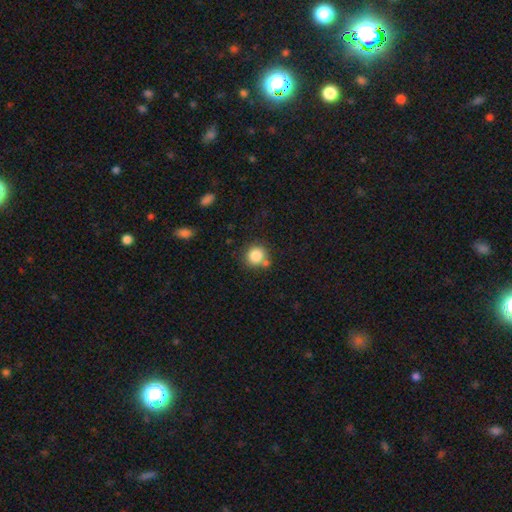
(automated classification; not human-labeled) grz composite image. It shows a smooth galaxy with no disk features (85%) that is round (89%). Merging: none (68%).